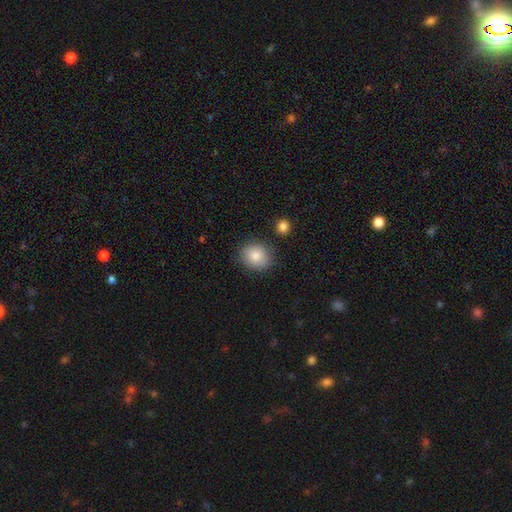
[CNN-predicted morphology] Overall: smooth (85%). How rounded: round (73%). Merging: none (82%).